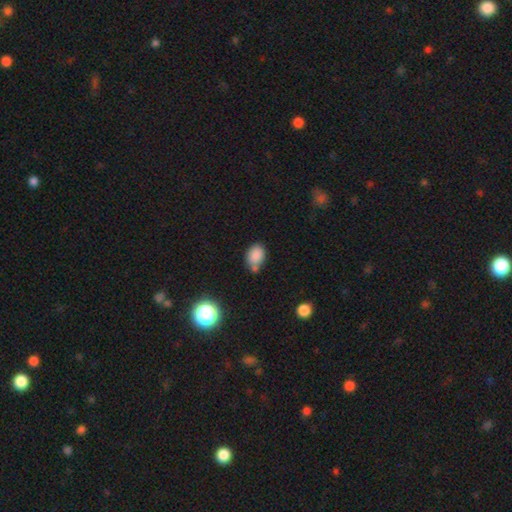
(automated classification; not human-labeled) Smooth or featured: smooth — 83% (star or artifact — 11%)
How rounded: in between — 70% (round — 28%)
Merging: none — 50% (merger — 23%)